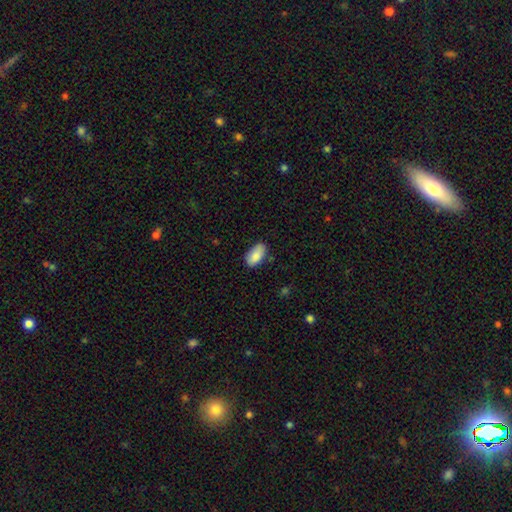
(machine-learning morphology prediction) Smooth or featured?
  - smooth: 87% *
  - star or artifact: 7%
  - featured or disk: 6%
How rounded?
  - in between: 93% *
  - cigar-shaped: 4%
  - round: 3%
Merging?
  - none: 73% *
  - minor disturbance: 22%
  - major disturbance: 4%
  - merger: 2%